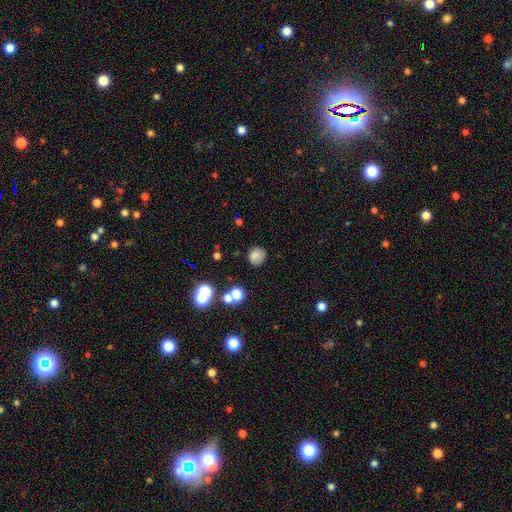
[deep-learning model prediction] smooth-or-featured: smooth: 78% | star or artifact: 14% | featured or disk: 8%
  how-rounded: round: 83% | in between: 16% | cigar-shaped: 1%
  merging: none: 80% | minor disturbance: 12% | major disturbance: 4% | merger: 4%